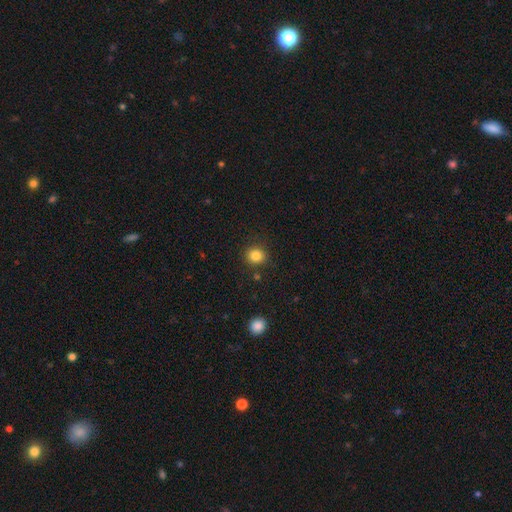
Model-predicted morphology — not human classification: Smooth or featured: smooth — 84% (star or artifact — 11%)
How rounded: round — 87% (in between — 13%)
Merging: none — 87% (minor disturbance — 8%)